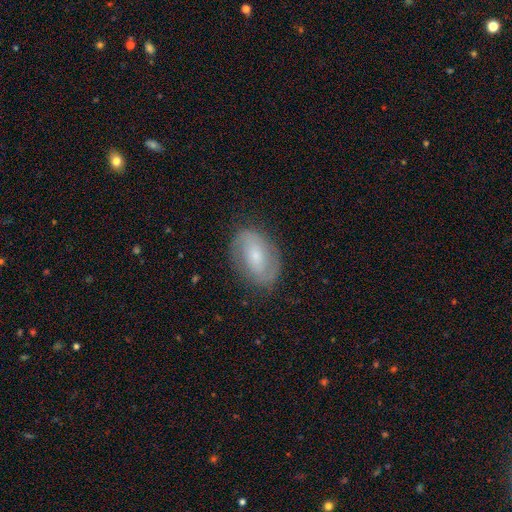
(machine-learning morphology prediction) Smooth or featured: featured or disk — 63% (smooth — 29%)
Edge-on disk: no — 96% (yes — 4%)
Bar: weak — 41% (no — 40%)
Spiral arms: yes — 83% (no — 17%)
Spiral winding: medium — 43% (tight — 35%)
Spiral arm count: 2 — 84% (can't tell — 10%)
Bulge size: small — 58% (moderate — 35%)
Merging: none — 81% (minor disturbance — 13%)